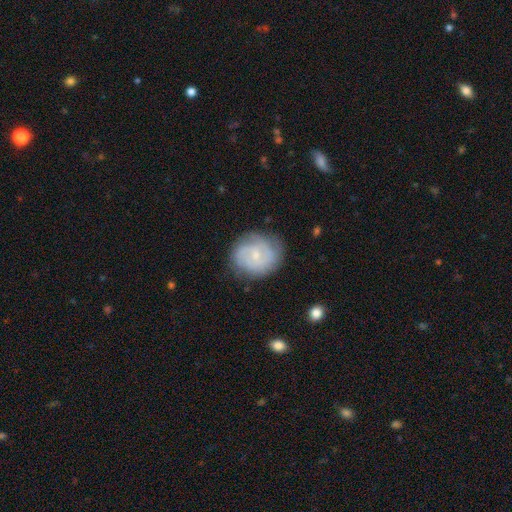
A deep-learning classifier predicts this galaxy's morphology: A featured or disk galaxy (62%) with no bar (60%), 2 (39%) tight (52%) spiral arms (83%) and a small central bulge (72%). Merging: none (75%).